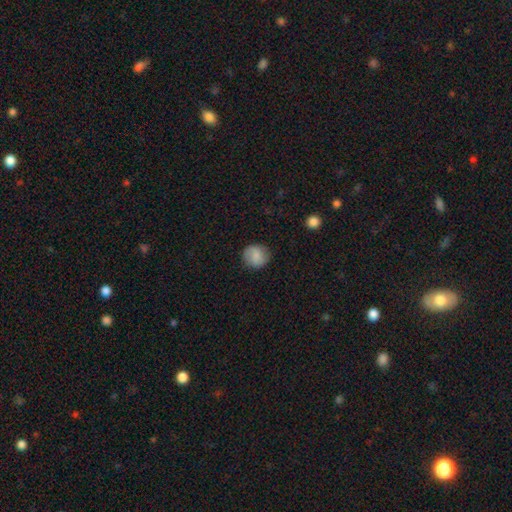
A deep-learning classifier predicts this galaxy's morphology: smooth-or-featured: smooth: 81% | featured or disk: 11% | star or artifact: 8%
  how-rounded: round: 87% | in between: 12% | cigar-shaped: 1%
  merging: none: 86% | minor disturbance: 10% | major disturbance: 3% | merger: 1%